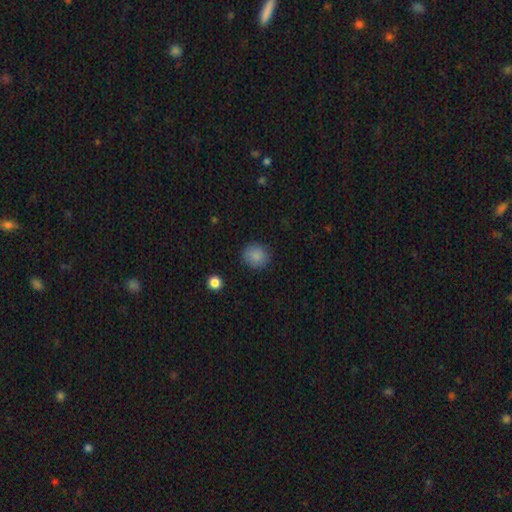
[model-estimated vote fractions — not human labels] smooth 86%, star or artifact 9%, featured or disk 5%. Down the decision tree: how rounded — round (77%); merging — none (85%).